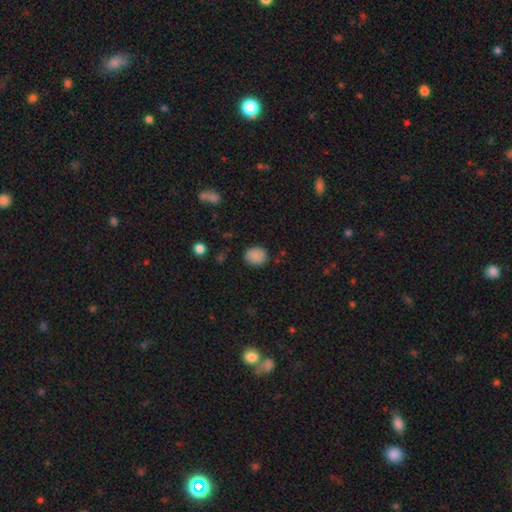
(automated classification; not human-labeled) This appears to be a smooth galaxy with no disk features (87%) that is round (72%). Merging: none (85%).